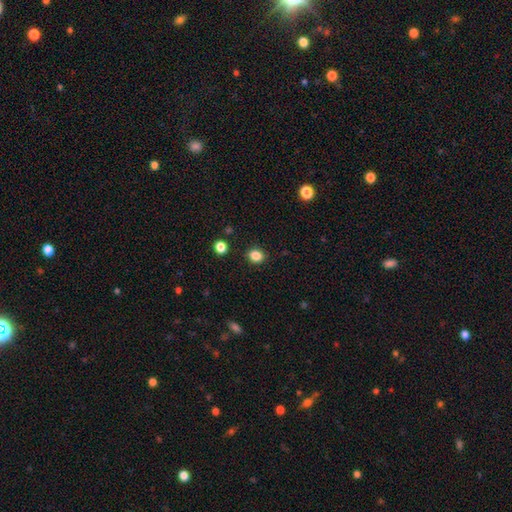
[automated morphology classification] A smooth galaxy with no disk features (85%) that is round (64%).

Vote fractions:
- Smooth or featured? smooth: 85% / star or artifact: 11% / featured or disk: 4%
- How rounded? round: 64% / in between: 35% / cigar-shaped: 1%
- Merging? none: 89% / minor disturbance: 8% / major disturbance: 2% / merger: 2%